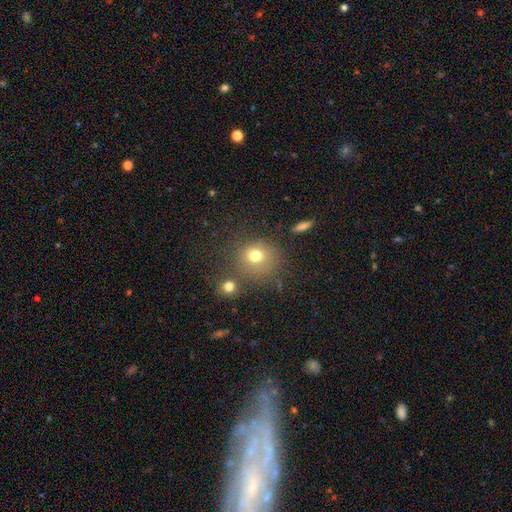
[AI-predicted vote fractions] Morphology: type=smooth (74%); roundness=round (83%); merging=none (63%).